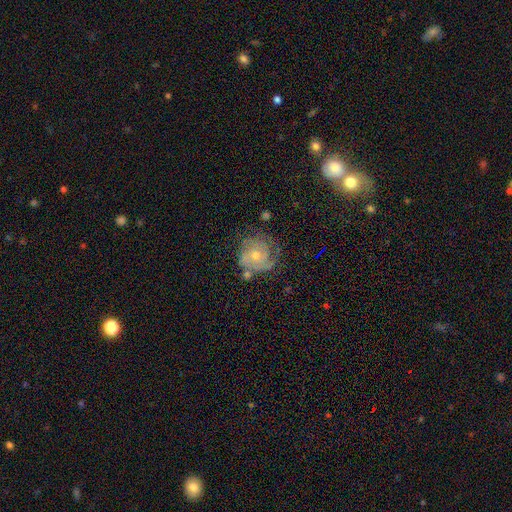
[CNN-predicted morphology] Q: Smooth or featured?
A: featured or disk (74%); runner-up: smooth (15%)
Q: Edge-on disk?
A: no (97%); runner-up: yes (3%)
Q: Bar?
A: no (78%); runner-up: weak (18%)
Q: Spiral arms?
A: yes (90%); runner-up: no (10%)
Q: Spiral winding?
A: tight (69%); runner-up: medium (24%)
Q: Spiral arm count?
A: can't tell (35%); runner-up: 3 (23%)
Q: Bulge size?
A: moderate (54%); runner-up: small (42%)
Q: Merging?
A: none (67%); runner-up: minor disturbance (19%)